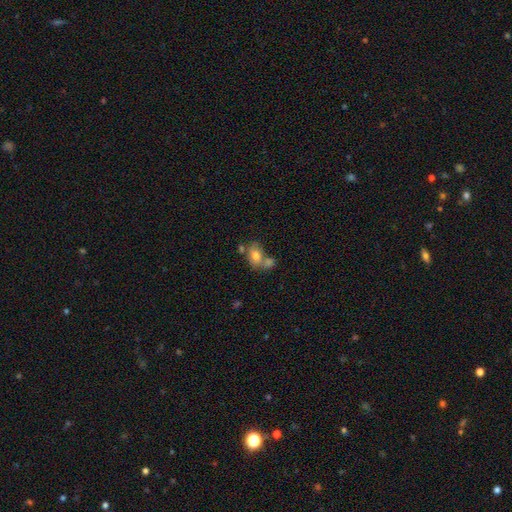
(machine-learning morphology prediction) smooth_or_featured: smooth (p=0.73) [alt: featured or disk p=0.18]
how_rounded: in between (p=0.72) [alt: round p=0.26]
merging: merger (p=0.46) [alt: none p=0.33]